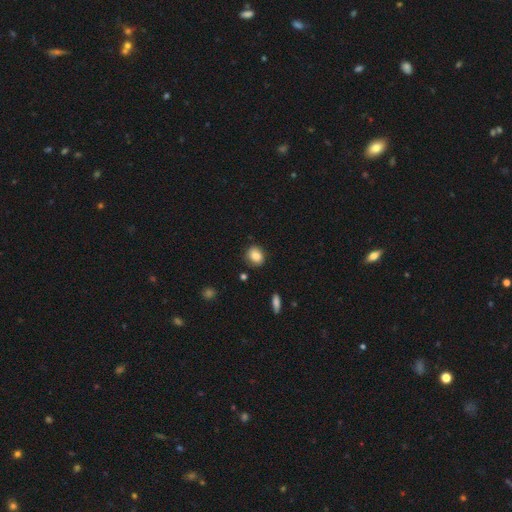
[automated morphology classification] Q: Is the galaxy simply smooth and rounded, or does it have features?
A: smooth — 85%.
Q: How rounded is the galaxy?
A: round — 61%.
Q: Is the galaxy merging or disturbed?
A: none — 81%.